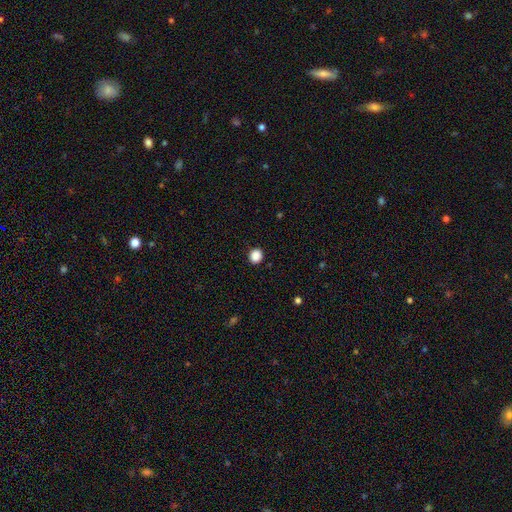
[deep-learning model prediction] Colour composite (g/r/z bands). It shows a smooth galaxy with no disk features (88%) that is round (86%). Merging: none (92%).